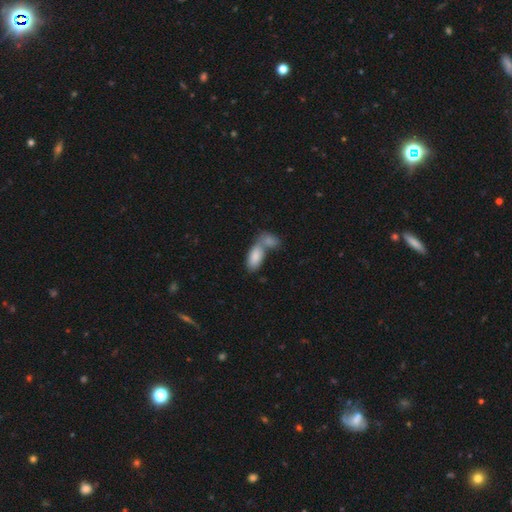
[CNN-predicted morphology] A smooth galaxy with no disk features (84%) that is in between round and cigar-shaped (91%).

Vote fractions:
- Smooth or featured? smooth: 84% / featured or disk: 9% / star or artifact: 6%
- How rounded? in between: 91% / cigar-shaped: 7% / round: 2%
- Merging? merger: 58% / none: 30% / minor disturbance: 9% / major disturbance: 4%